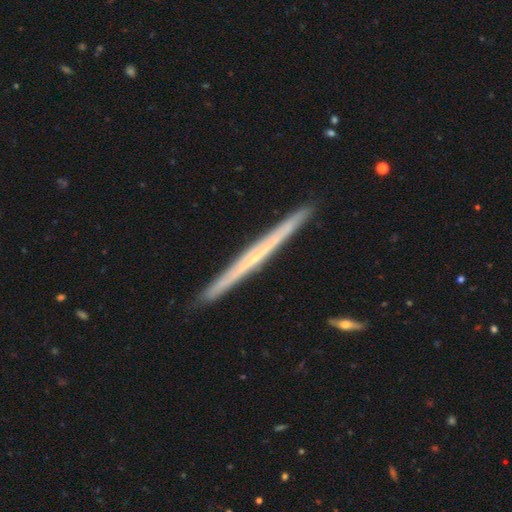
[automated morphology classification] Smooth or featured? featured or disk (67%)
Edge-on disk? yes (98%)
Edge-on bulge? none (79%)
Merging? none (92%)